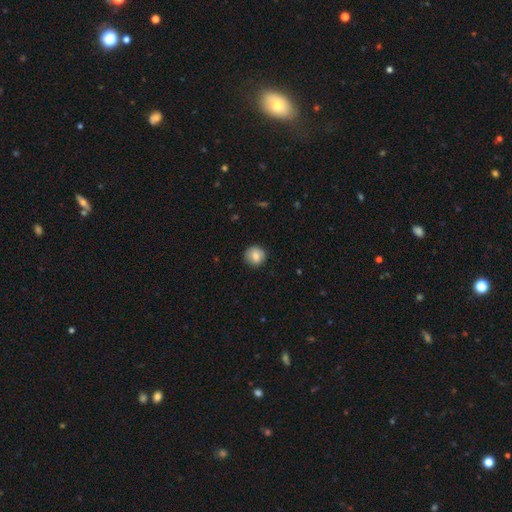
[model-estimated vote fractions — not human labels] Morphology: type=smooth (80%); roundness=round (92%); merging=none (88%).